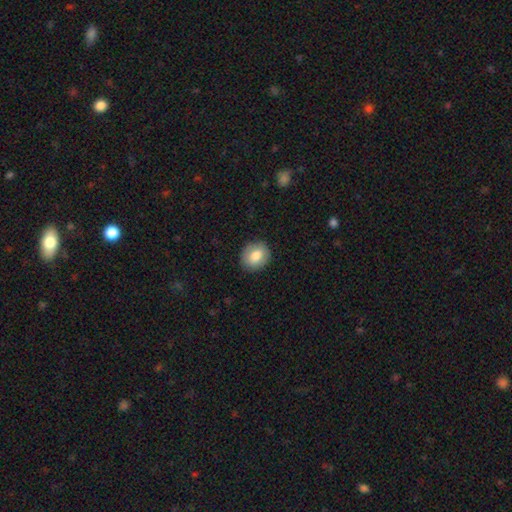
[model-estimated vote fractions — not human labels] smooth-or-featured: smooth: 79% | featured or disk: 13% | star or artifact: 8%
  how-rounded: round: 66% | in between: 33% | cigar-shaped: 1%
  merging: none: 88% | minor disturbance: 9% | major disturbance: 2% | merger: 1%